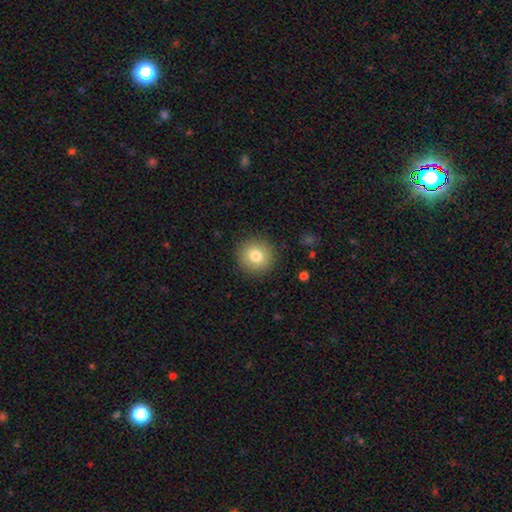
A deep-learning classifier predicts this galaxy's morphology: This is likely a smooth galaxy (79%). How rounded: clearly round (94%). Merging: clearly none (90%).